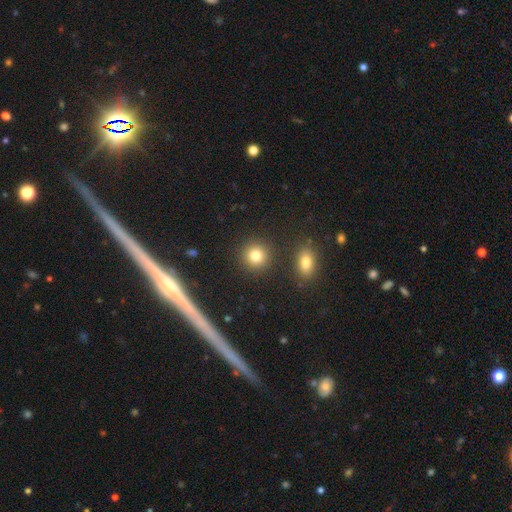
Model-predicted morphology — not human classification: A smooth galaxy with no disk features (82%) that is round (91%).

Vote fractions:
- Smooth or featured? smooth: 82% / star or artifact: 12% / featured or disk: 7%
- How rounded? round: 91% / in between: 8% / cigar-shaped: 1%
- Merging? none: 88% / minor disturbance: 6% / merger: 4% / major disturbance: 2%